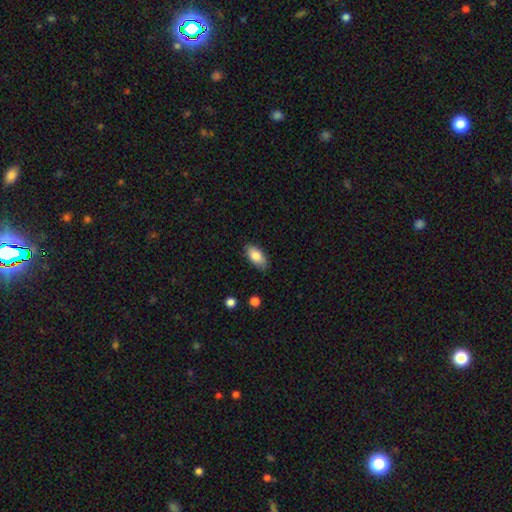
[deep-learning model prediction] Q: Smooth or featured?
A: smooth (84%); runner-up: featured or disk (9%)
Q: How rounded?
A: in between (91%); runner-up: cigar-shaped (6%)
Q: Merging?
A: none (83%); runner-up: minor disturbance (14%)